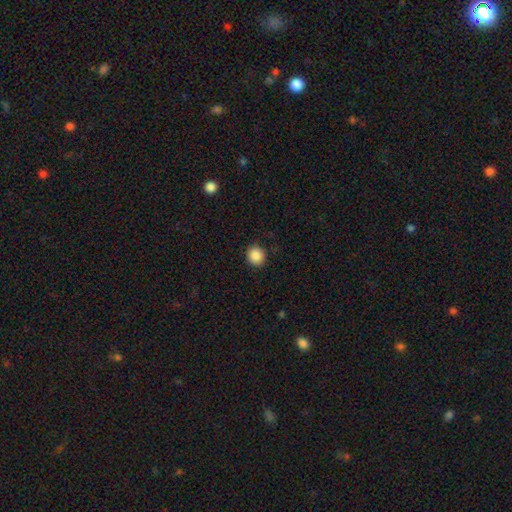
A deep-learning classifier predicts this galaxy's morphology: Smooth or featured? Predicted: smooth (p=0.87). How rounded? Predicted: round (p=0.85). Merging? Predicted: none (p=0.90).